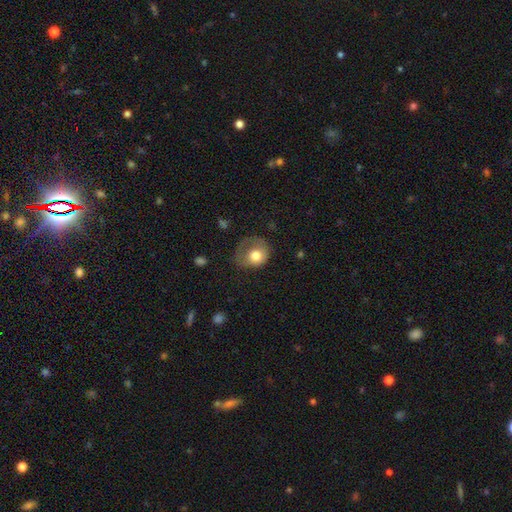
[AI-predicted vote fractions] Smooth or featured? Predicted: smooth (p=0.70). How rounded? Predicted: round (p=0.68). Merging? Predicted: major disturbance (p=0.35).